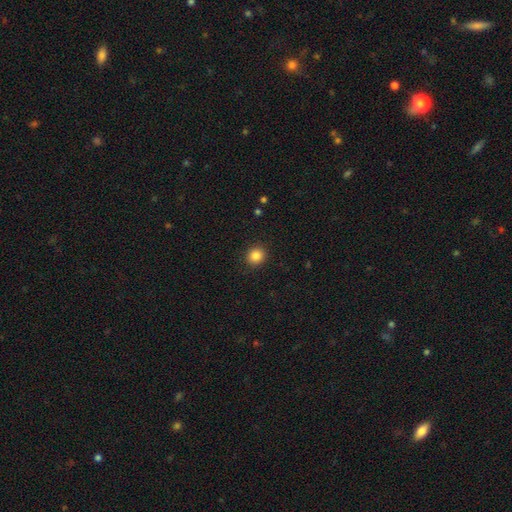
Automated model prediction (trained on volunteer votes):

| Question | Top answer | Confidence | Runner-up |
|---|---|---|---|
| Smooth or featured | smooth | 86% | star or artifact (10%) |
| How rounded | round | 83% | in between (16%) |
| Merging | none | 91% | minor disturbance (6%) |